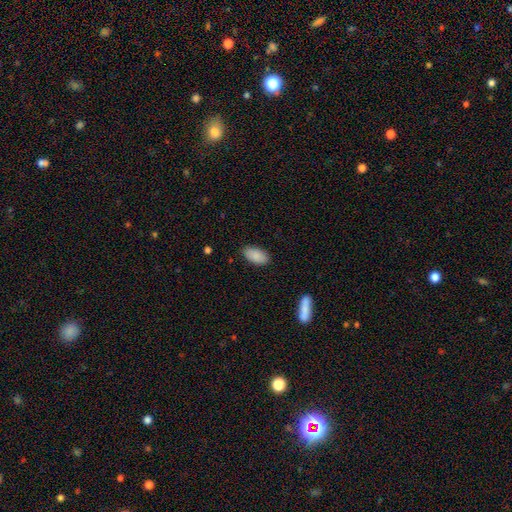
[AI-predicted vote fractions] A smooth galaxy with no disk features (89%) that is in between round and cigar-shaped (94%). Merging: none (85%).